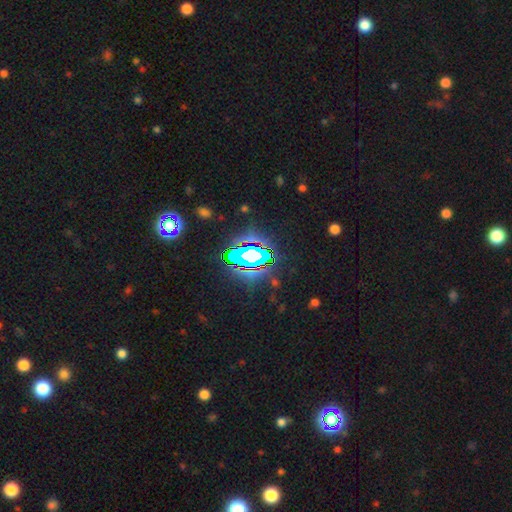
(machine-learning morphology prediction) star or artifact 83%, smooth 10%, featured or disk 7%.